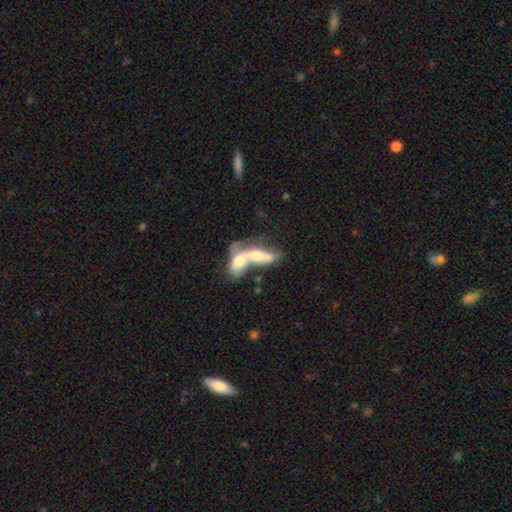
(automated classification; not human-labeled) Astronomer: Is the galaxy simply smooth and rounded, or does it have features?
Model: smooth — 49% (runner-up: featured or disk, 43%).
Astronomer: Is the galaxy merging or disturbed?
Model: merger — 79%.